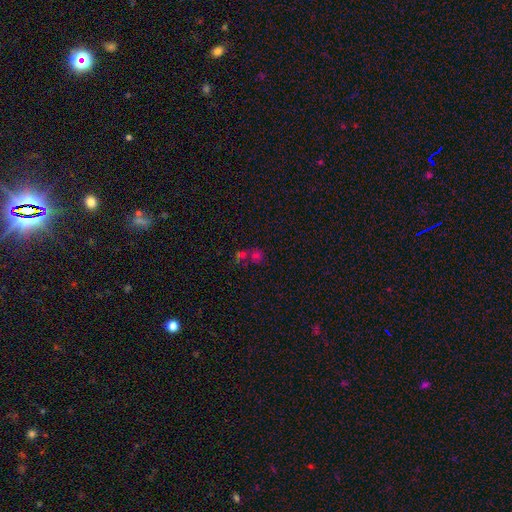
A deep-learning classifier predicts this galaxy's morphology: smooth-or-featured: smooth: 50% | star or artifact: 36% | featured or disk: 14%
  merging: merger: 46% | none: 37% | minor disturbance: 9% | major disturbance: 7%